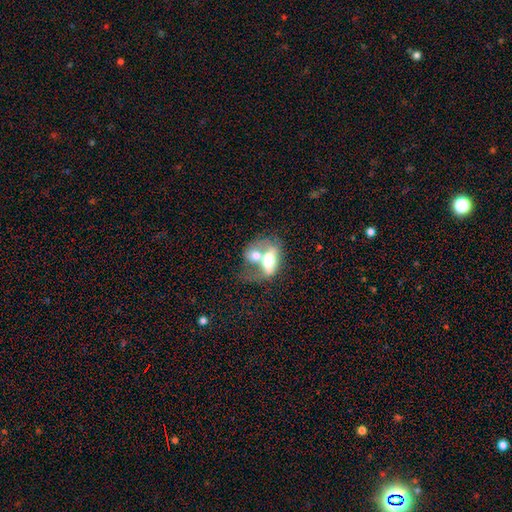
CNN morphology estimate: Smooth or featured? smooth (56%)
How rounded? in between (79%)
Merging? merger (76%)